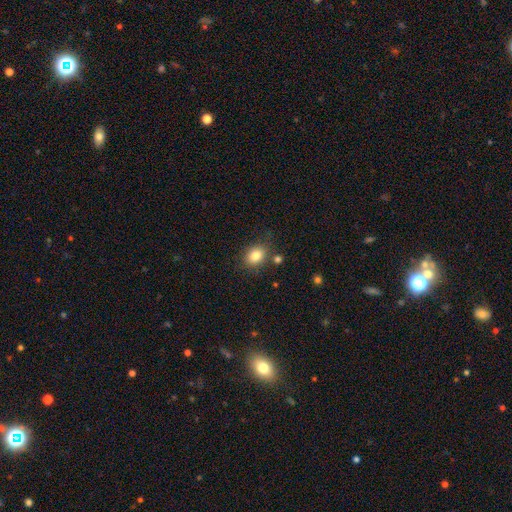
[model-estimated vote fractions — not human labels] Smooth or featured: smooth — 83% (star or artifact — 10%)
How rounded: in between — 55% (round — 44%)
Merging: none — 77% (minor disturbance — 13%)